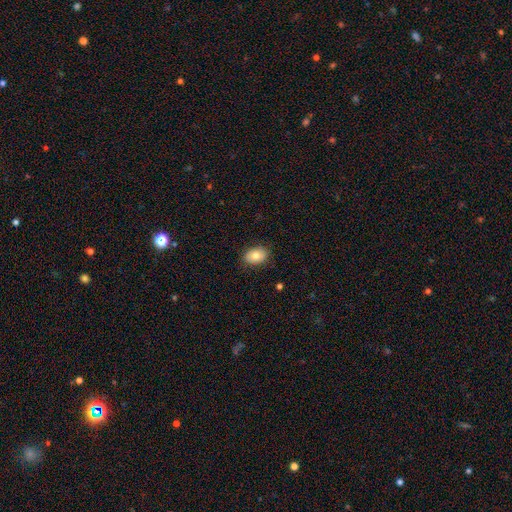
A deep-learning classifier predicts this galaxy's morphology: Smooth or featured?
  - smooth: 79% *
  - featured or disk: 13%
  - star or artifact: 8%
How rounded?
  - in between: 77% *
  - round: 22%
  - cigar-shaped: 1%
Merging?
  - none: 85% *
  - minor disturbance: 12%
  - major disturbance: 3%
  - merger: 1%